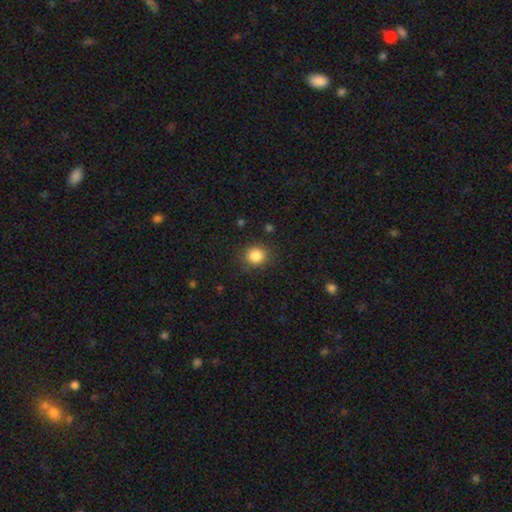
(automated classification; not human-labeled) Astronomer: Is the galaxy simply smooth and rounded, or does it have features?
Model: smooth — 85%.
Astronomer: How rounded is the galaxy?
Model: round — 84%.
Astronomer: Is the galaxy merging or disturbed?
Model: none — 86%.